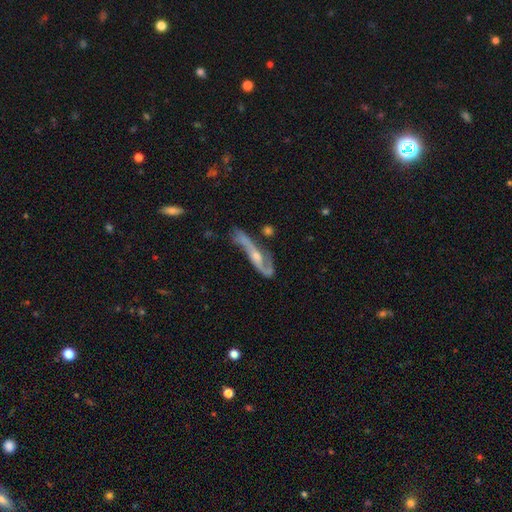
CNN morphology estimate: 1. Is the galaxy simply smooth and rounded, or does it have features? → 81% featured or disk, 12% smooth, 7% star or artifact.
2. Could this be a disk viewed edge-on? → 73% no, 27% yes.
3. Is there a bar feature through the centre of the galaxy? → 48% no, 33% weak, 19% strong.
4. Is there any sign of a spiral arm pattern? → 89% yes, 11% no.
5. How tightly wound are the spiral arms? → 60% loose, 29% medium, 11% tight.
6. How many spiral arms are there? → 84% 2, 7% can't tell, 6% 1, 1% 3, 1% 4, 1% more than 4.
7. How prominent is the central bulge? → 48% moderate, 41% small, 6% none, 4% large, 1% dominant.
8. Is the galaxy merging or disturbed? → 48% none, 24% minor disturbance, 21% major disturbance, 8% merger.